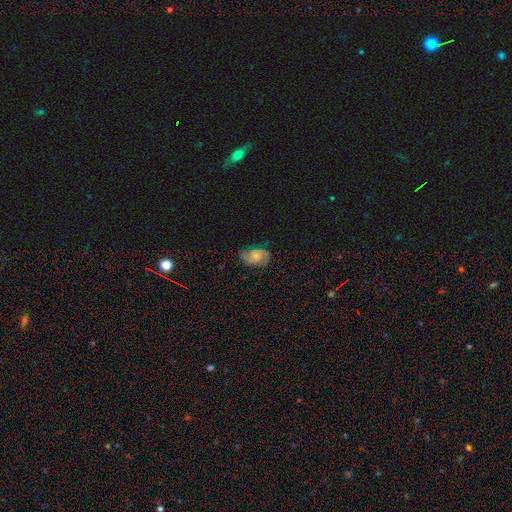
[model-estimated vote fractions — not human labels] Smooth or featured?
  - featured or disk: 52% *
  - smooth: 38%
  - star or artifact: 11%
Edge-on disk?
  - no: 96% *
  - yes: 4%
Merging?
  - none: 69% *
  - minor disturbance: 21%
  - major disturbance: 8%
  - merger: 1%